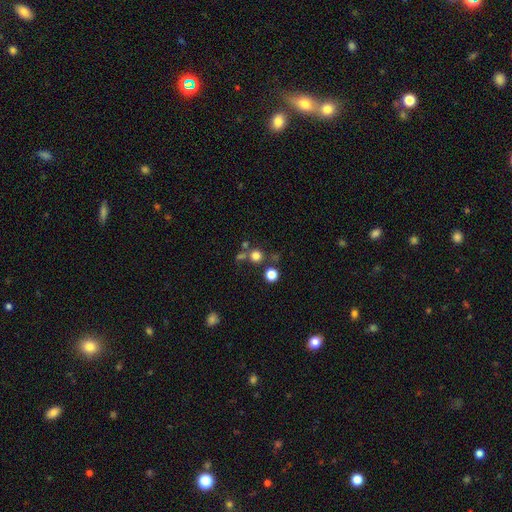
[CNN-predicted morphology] A smooth galaxy with no disk features (72%) that is round (92%).

Vote fractions:
- Smooth or featured? smooth: 72% / star or artifact: 19% / featured or disk: 9%
- How rounded? round: 92% / in between: 7% / cigar-shaped: 1%
- Merging? none: 64% / merger: 23% / minor disturbance: 8% / major disturbance: 5%